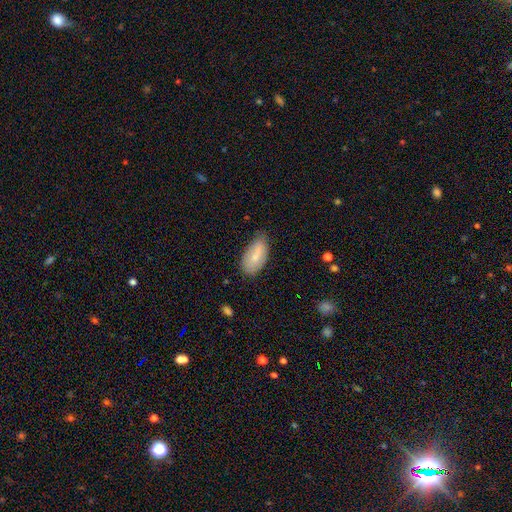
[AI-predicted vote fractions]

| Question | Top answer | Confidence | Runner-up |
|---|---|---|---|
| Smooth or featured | smooth | 75% | featured or disk (18%) |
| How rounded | in between | 93% | cigar-shaped (5%) |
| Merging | none | 64% | minor disturbance (28%) |